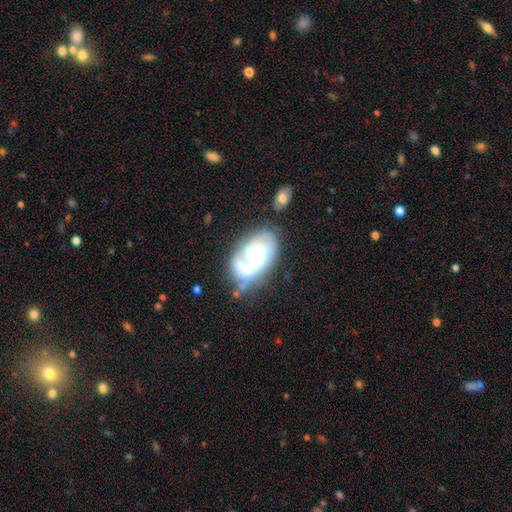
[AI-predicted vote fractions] featured or disk 81%, smooth 13%, star or artifact 5%. Down the decision tree: edge-on disk — no (97%); bar — no (60%); spiral arms — yes (95%); spiral arm count — 2 (43%); spiral winding — medium (42%); bulge size — moderate (50%); merging — none (55%).